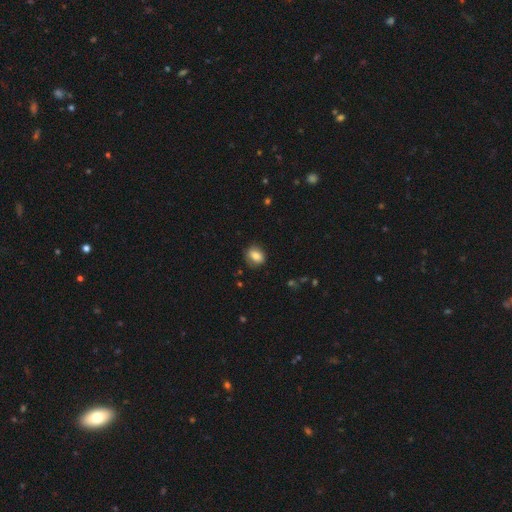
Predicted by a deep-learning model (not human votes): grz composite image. It shows a smooth galaxy with no disk features (80%) that is in between round and cigar-shaped (53%). Merging: none (77%).